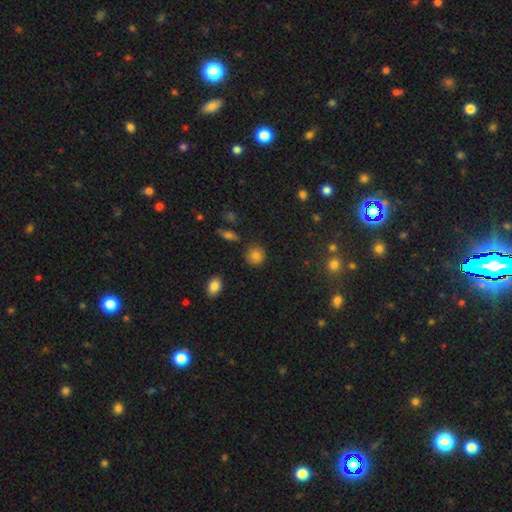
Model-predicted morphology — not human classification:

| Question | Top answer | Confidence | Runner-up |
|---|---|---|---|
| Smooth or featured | smooth | 80% | star or artifact (12%) |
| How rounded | round | 88% | in between (11%) |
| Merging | none | 84% | minor disturbance (11%) |